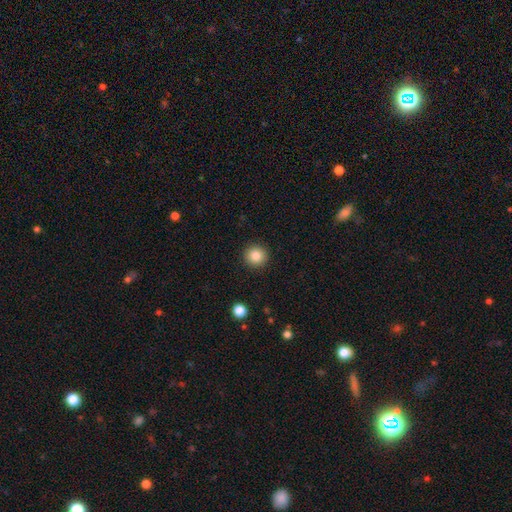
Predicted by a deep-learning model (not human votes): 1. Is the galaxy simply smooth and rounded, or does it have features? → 84% smooth, 10% star or artifact, 6% featured or disk.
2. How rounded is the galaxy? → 95% round, 4% in between, 1% cigar-shaped.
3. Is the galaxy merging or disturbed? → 92% none, 5% minor disturbance, 2% major disturbance, 1% merger.